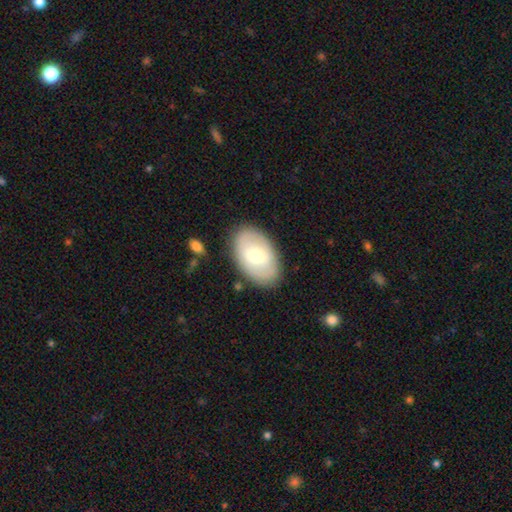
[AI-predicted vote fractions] A smooth galaxy with no disk features (57%) that is in between round and cigar-shaped (89%). Merging: none (84%).